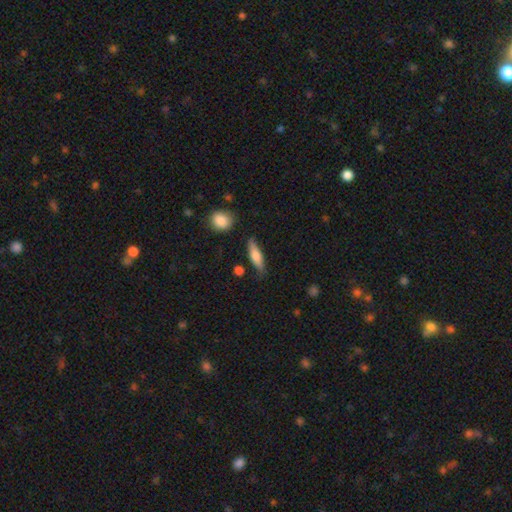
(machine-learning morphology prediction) A smooth galaxy with no disk features (72%) that is cigar-shaped (56%).

Vote fractions:
- Smooth or featured? smooth: 72% / featured or disk: 22% / star or artifact: 6%
- How rounded? cigar-shaped: 56% / in between: 41% / round: 3%
- Merging? none: 75% / minor disturbance: 18% / major disturbance: 4% / merger: 3%